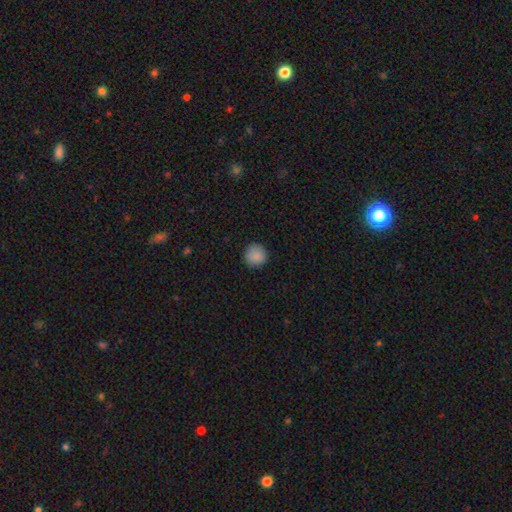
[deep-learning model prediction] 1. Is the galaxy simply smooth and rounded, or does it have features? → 88% smooth, 8% star or artifact, 3% featured or disk.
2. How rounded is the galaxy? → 95% round, 4% in between, 1% cigar-shaped.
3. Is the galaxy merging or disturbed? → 91% none, 7% minor disturbance, 2% major disturbance, 1% merger.